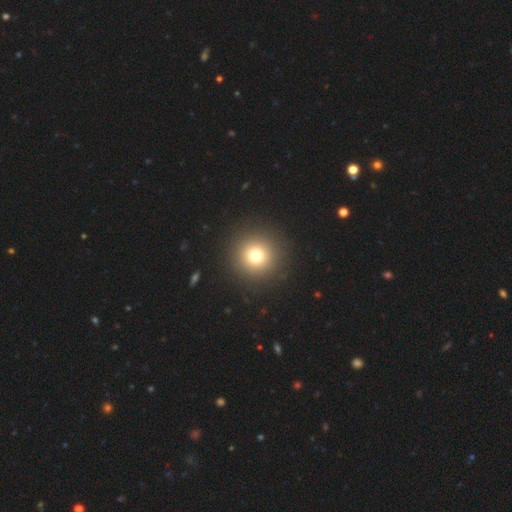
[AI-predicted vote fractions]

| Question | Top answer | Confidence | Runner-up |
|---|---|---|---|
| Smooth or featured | smooth | 76% | star or artifact (15%) |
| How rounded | round | 96% | in between (3%) |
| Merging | none | 92% | minor disturbance (5%) |